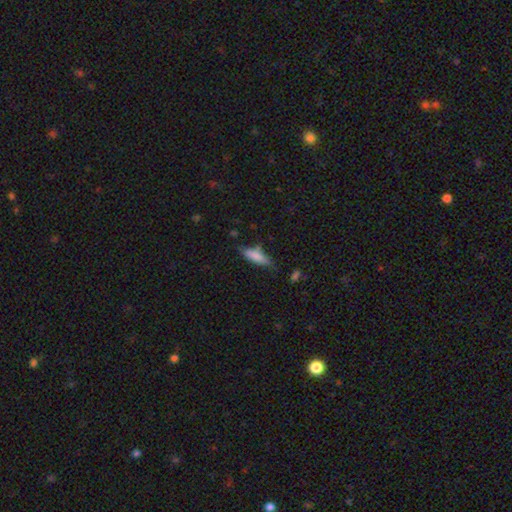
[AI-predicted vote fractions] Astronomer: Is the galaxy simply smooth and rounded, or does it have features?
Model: smooth — 76%.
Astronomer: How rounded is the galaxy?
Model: cigar-shaped — 53% (runner-up: in between, 45%).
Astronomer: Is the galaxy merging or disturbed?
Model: none — 64%.